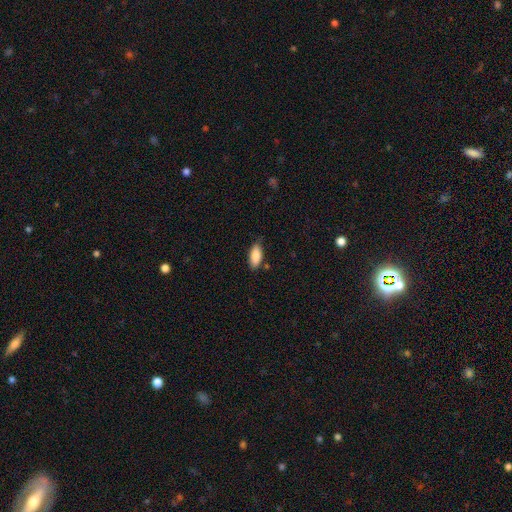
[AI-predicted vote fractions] This appears to be a smooth galaxy with no disk features (86%) that is in between round and cigar-shaped (86%). Merging: none (76%).